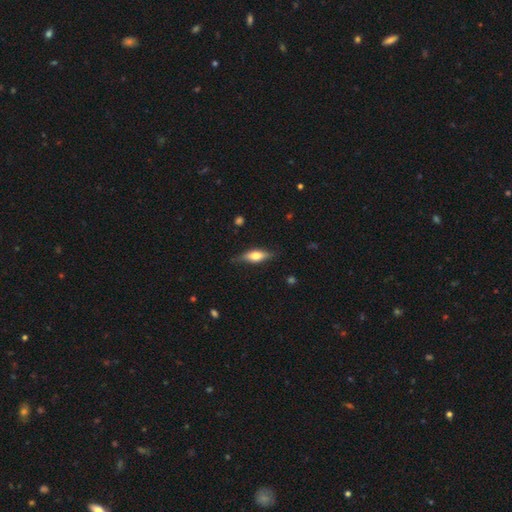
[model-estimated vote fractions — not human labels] This is possibly a smooth galaxy (50%). Merging: likely none (80%).